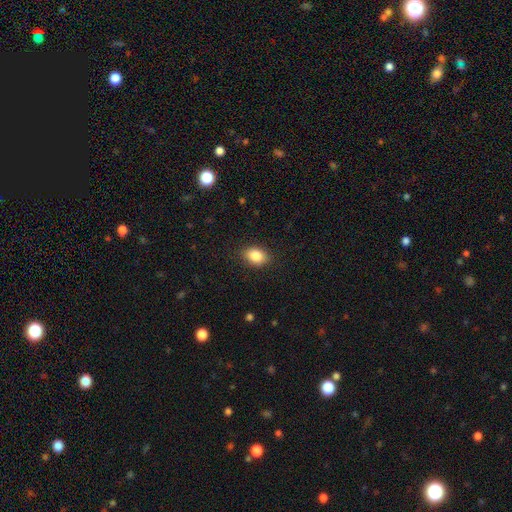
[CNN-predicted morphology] Smooth or featured: smooth — 85% (star or artifact — 9%)
How rounded: in between — 73% (round — 26%)
Merging: none — 87% (minor disturbance — 10%)